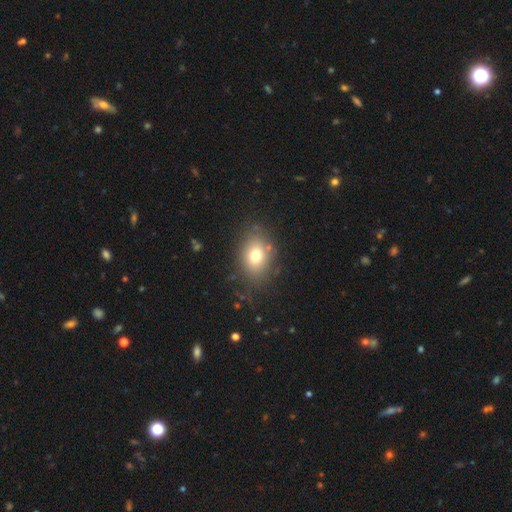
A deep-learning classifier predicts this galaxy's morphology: Smooth or featured? smooth (73%)
How rounded? in between (66%)
Merging? none (79%)